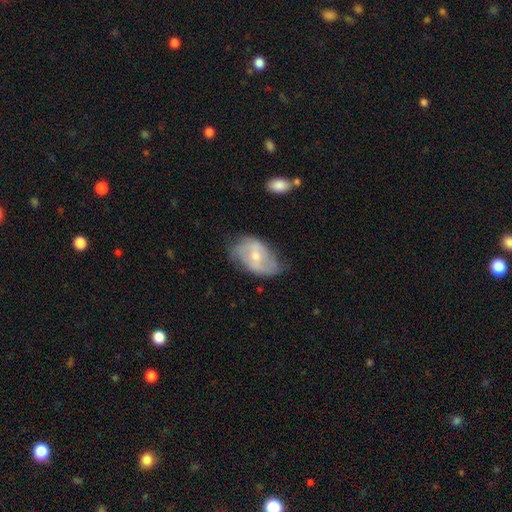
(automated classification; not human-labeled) Q: Smooth or featured?
A: featured or disk (64%); runner-up: smooth (30%)
Q: Edge-on disk?
A: no (95%); runner-up: yes (5%)
Q: Bar?
A: weak (49%); runner-up: strong (26%)
Q: Spiral arms?
A: yes (74%); runner-up: no (26%)
Q: Bulge size?
A: small (49%); runner-up: moderate (47%)
Q: Merging?
A: none (56%); runner-up: minor disturbance (31%)